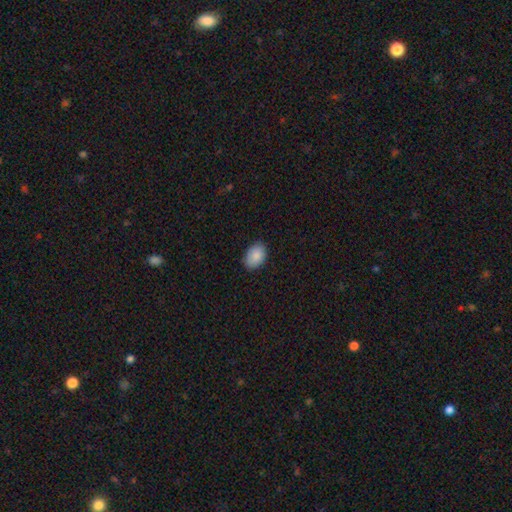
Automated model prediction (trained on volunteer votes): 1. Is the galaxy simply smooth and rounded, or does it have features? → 87% smooth, 7% star or artifact, 6% featured or disk.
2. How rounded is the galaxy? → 85% in between, 14% round, 1% cigar-shaped.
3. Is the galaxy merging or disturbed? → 84% none, 13% minor disturbance, 2% major disturbance, 1% merger.